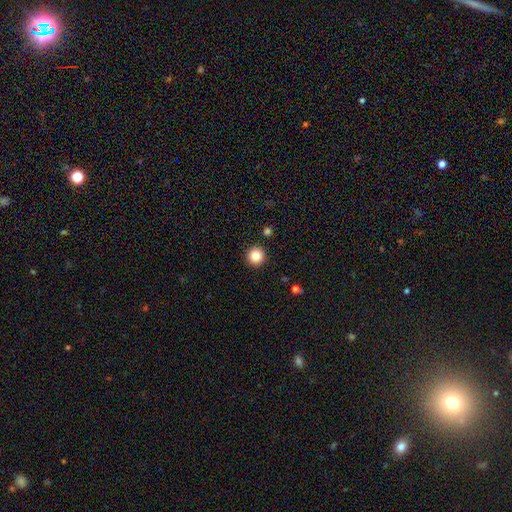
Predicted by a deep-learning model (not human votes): Morphology: type=smooth (85%); roundness=round (96%); merging=none (92%).